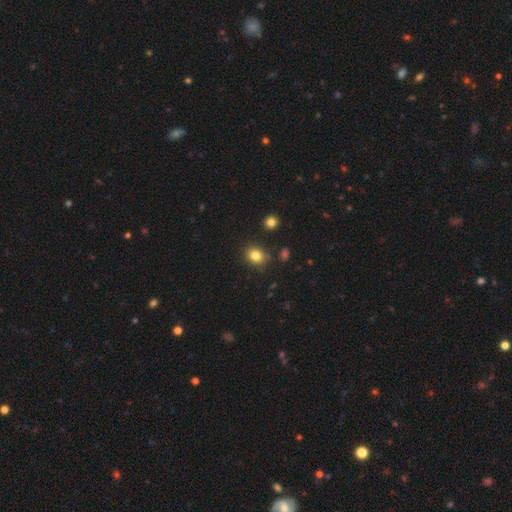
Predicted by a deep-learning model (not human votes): smooth 83%, star or artifact 11%, featured or disk 6%. Down the decision tree: how rounded — round (54%); merging — none (82%).